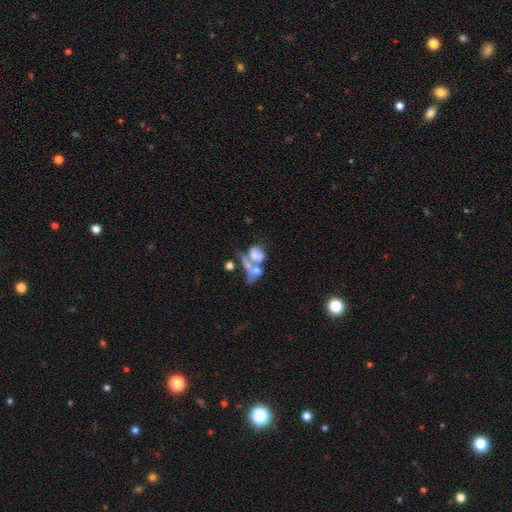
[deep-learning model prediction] Smooth or featured: smooth — 43% (tied with featured or disk — 43%)
Merging: merger — 60% (major disturbance — 20%)